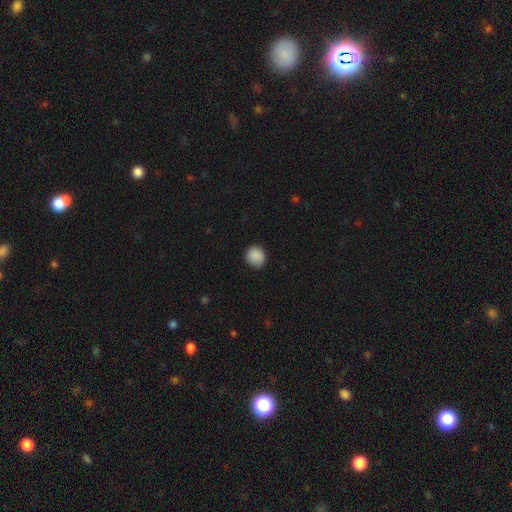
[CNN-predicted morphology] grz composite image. It shows a smooth galaxy with no disk features (89%) that is round (86%). Merging: none (84%).